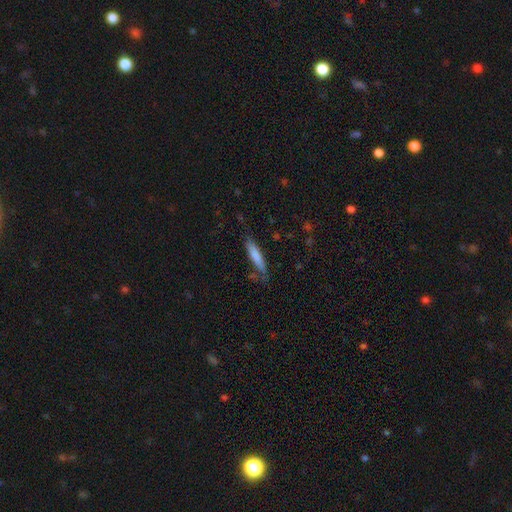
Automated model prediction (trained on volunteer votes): smooth 76%, featured or disk 18%, star or artifact 6%. Down the decision tree: how rounded — cigar-shaped (84%); merging — none (73%).